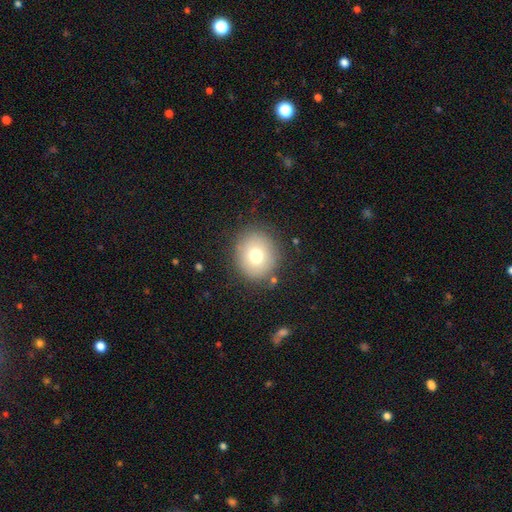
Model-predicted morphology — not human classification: This appears to be a smooth galaxy with no disk features (72%) that is round (81%). Merging: none (84%).